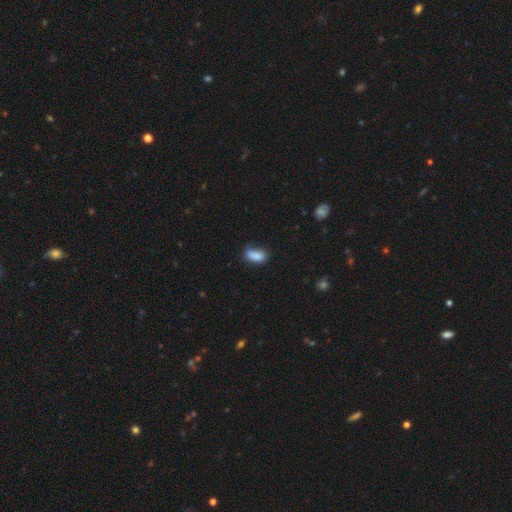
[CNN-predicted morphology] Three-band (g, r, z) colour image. It shows a smooth galaxy with no disk features (86%) that is in between round and cigar-shaped (89%). Merging: none (59%).